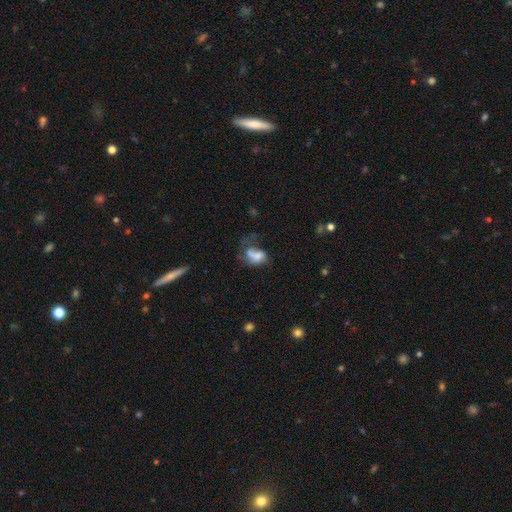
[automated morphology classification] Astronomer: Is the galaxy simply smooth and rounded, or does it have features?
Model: smooth — 56% (runner-up: featured or disk, 33%).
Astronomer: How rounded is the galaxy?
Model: in between — 76%.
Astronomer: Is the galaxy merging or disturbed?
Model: major disturbance — 33% (runner-up: merger, 25%).